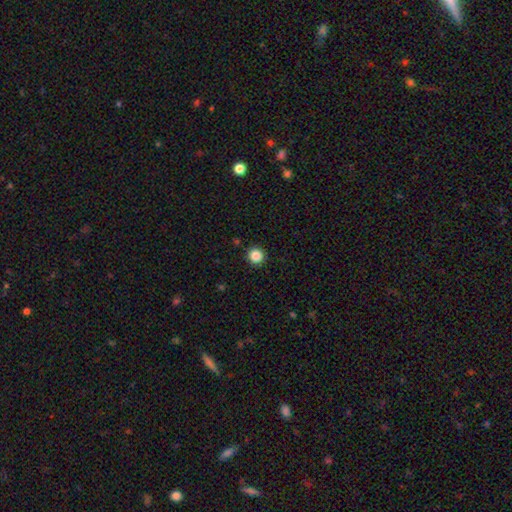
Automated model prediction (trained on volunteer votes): A smooth galaxy with no disk features (86%) that is round (95%).

Vote fractions:
- Smooth or featured? smooth: 86% / star or artifact: 10% / featured or disk: 3%
- How rounded? round: 95% / in between: 4% / cigar-shaped: 1%
- Merging? none: 92% / minor disturbance: 5% / major disturbance: 2% / merger: 1%